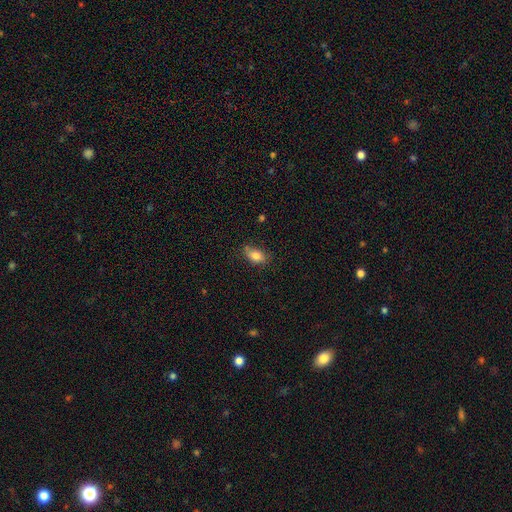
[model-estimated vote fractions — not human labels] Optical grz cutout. It shows a smooth galaxy with no disk features (82%) that is in between round and cigar-shaped (87%). Merging: none (69%).